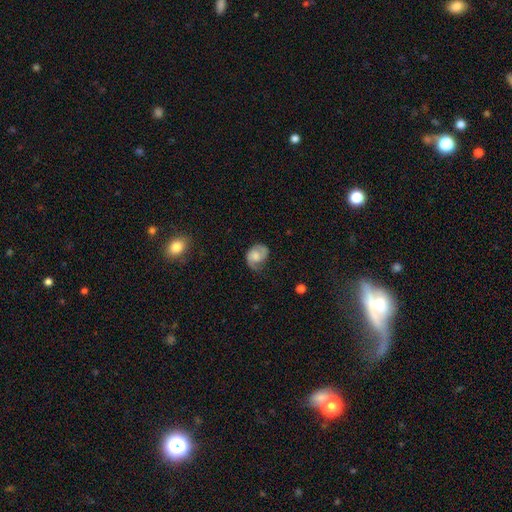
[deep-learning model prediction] Smooth or featured: featured or disk — 53% (smooth — 39%)
Edge-on disk: no — 97% (yes — 3%)
Bar: no — 67% (weak — 28%)
Spiral arms: yes — 87% (no — 13%)
Bulge size: moderate — 46% (small — 27%)
Merging: none — 49% (minor disturbance — 32%)